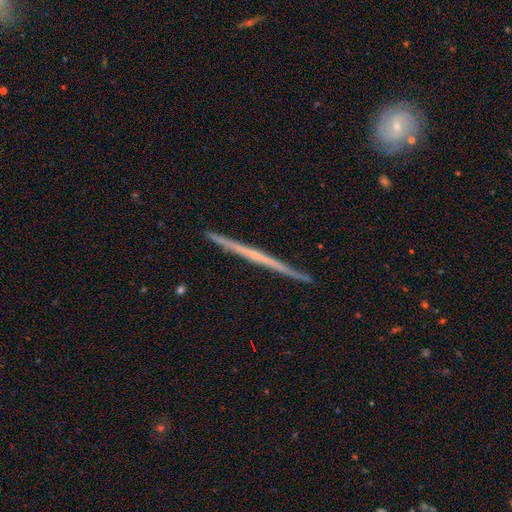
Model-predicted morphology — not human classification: Smooth or featured? Predicted: featured or disk (p=0.71). Edge-on disk? Predicted: yes (p=0.98). Edge-on bulge? Predicted: none (p=0.81). Merging? Predicted: none (p=0.92).